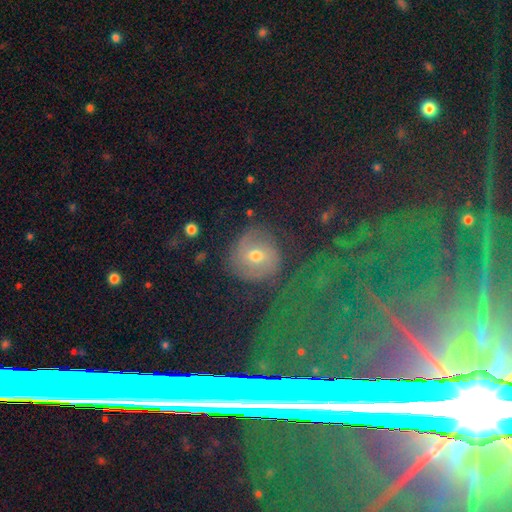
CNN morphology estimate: smooth_or_featured: smooth (p=0.38) [alt: featured or disk p=0.32]
merging: none (p=0.84) [alt: minor disturbance p=0.10]